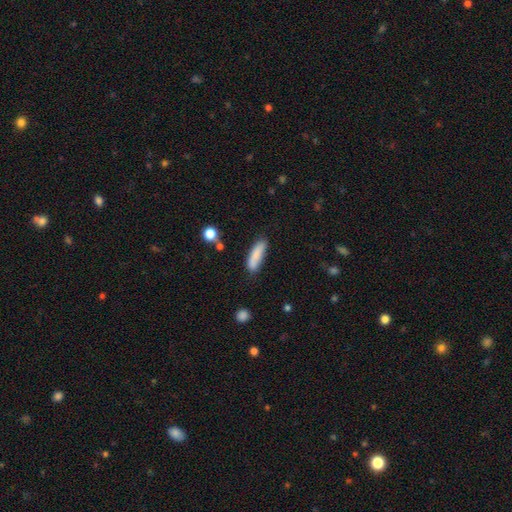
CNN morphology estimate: smooth 83%, featured or disk 10%, star or artifact 7%. Down the decision tree: how rounded — cigar-shaped (62%); merging — none (72%).